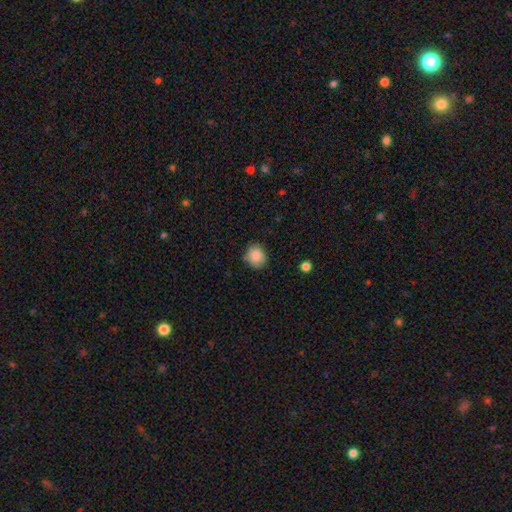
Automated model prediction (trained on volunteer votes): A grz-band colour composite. It shows a smooth galaxy with no disk features (88%) that is round (77%). Merging: none (80%).